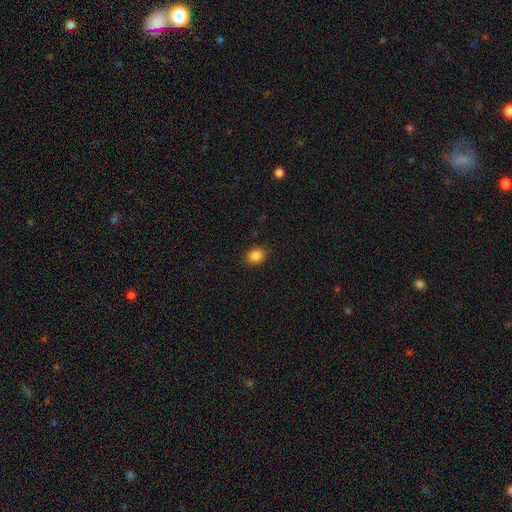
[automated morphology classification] smooth-or-featured: smooth: 86% | star or artifact: 10% | featured or disk: 4%
  how-rounded: in between: 50% | round: 49% | cigar-shaped: 1%
  merging: none: 88% | minor disturbance: 9% | major disturbance: 2% | merger: 1%